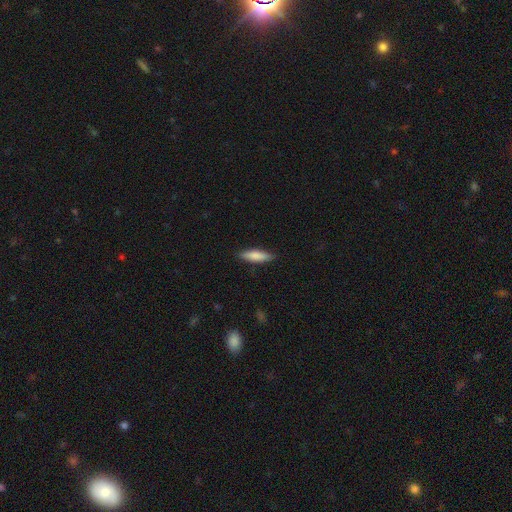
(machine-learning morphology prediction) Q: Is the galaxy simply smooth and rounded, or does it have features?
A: smooth — 82%.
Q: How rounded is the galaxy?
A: cigar-shaped — 65%.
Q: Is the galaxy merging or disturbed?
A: none — 88%.